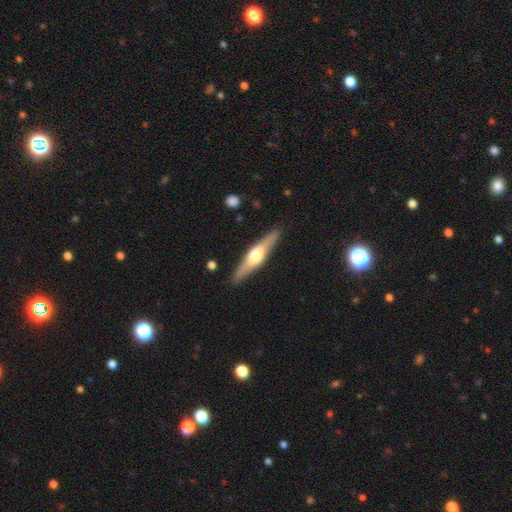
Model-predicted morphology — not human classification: This appears to be a featured or disk galaxy (65%) viewed edge-on (96%) with a rounded central bulge (92%). Merging: none (89%).